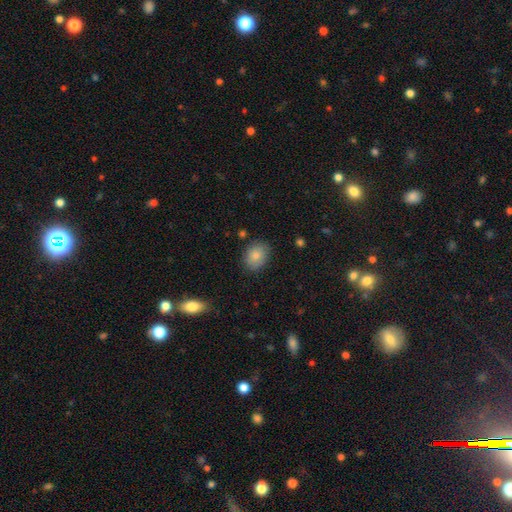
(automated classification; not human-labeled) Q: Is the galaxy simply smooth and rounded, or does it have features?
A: smooth — 82%.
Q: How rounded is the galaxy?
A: in between — 53%.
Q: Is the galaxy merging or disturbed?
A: none — 82%.